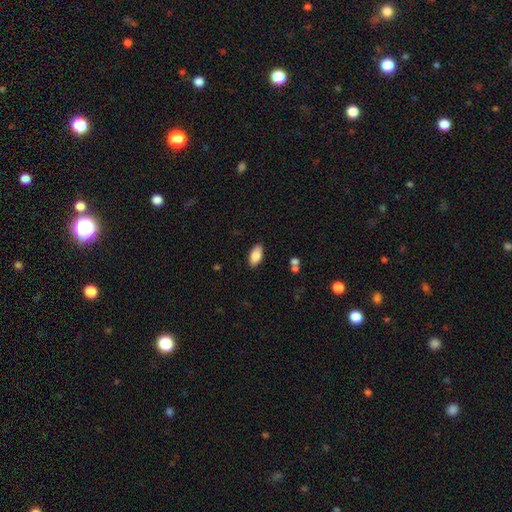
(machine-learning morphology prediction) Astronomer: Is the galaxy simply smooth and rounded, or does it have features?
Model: smooth — 84%.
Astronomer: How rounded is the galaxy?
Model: in between — 90%.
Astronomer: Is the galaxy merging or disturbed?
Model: none — 87%.